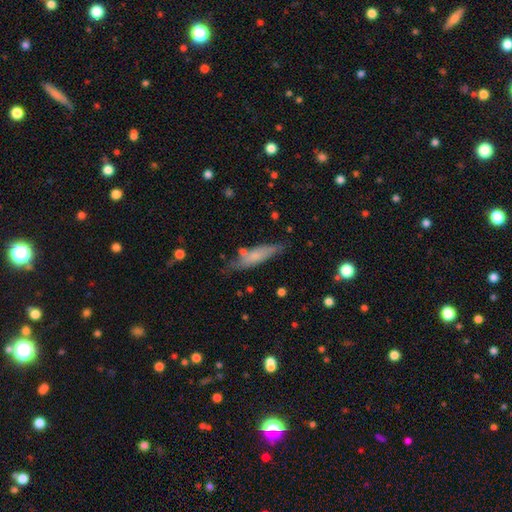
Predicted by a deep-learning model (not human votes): A smooth galaxy with no disk features (65%) that is cigar-shaped (73%). Merging: none (67%).